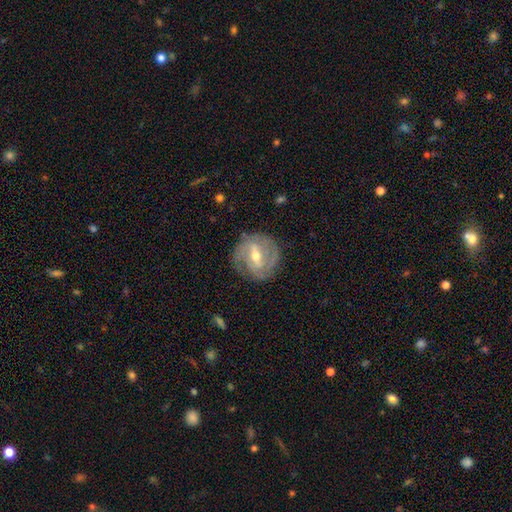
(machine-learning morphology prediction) type=featured or disk (83%); edge-on=no (96%); bar=weak (46%); spiral arms=yes (91%); winding=tight (53%); arm count=2 (41%); bulge=moderate (62%); merging=none (78%).